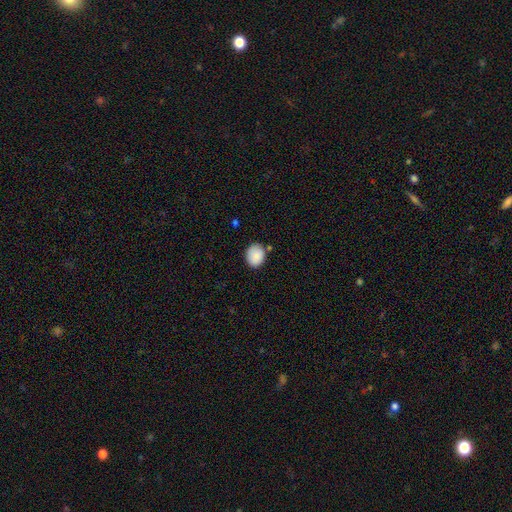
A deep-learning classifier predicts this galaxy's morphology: Smooth or featured? Predicted: smooth (p=0.88). How rounded? Predicted: round (p=0.53). Merging? Predicted: none (p=0.78).